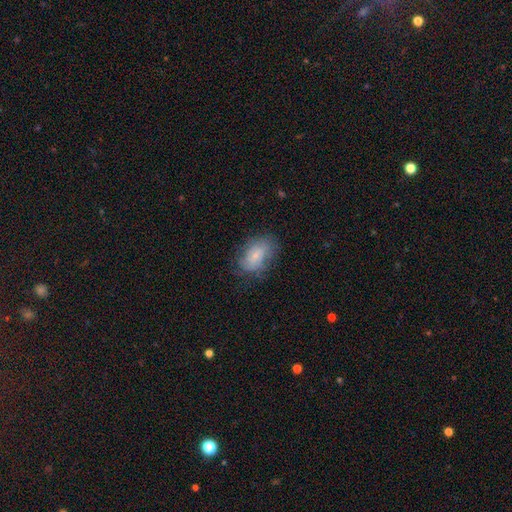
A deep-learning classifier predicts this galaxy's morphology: Smooth or featured?
  - smooth: 61% *
  - featured or disk: 30%
  - star or artifact: 9%
How rounded?
  - in between: 86% *
  - round: 12%
  - cigar-shaped: 2%
Merging?
  - none: 65% *
  - minor disturbance: 23%
  - major disturbance: 11%
  - merger: 1%